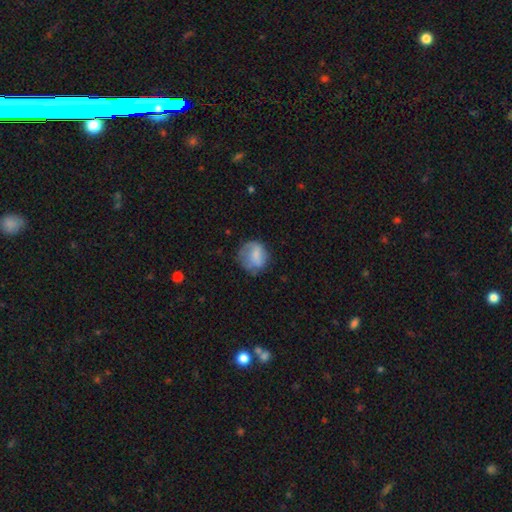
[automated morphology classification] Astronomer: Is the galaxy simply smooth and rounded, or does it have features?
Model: smooth — 69%.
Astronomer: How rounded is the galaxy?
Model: round — 76%.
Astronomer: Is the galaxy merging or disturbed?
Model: none — 55%.